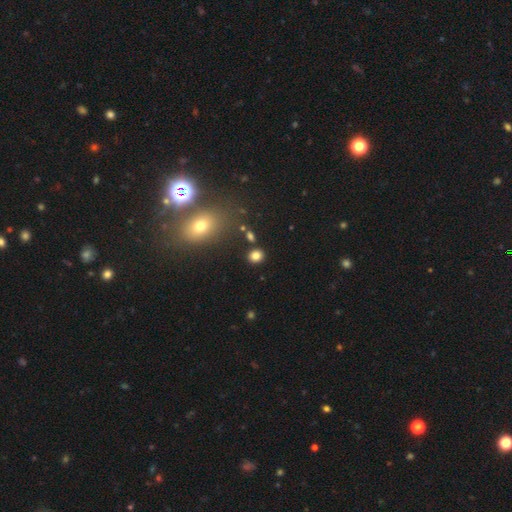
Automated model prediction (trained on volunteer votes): smooth 82%, star or artifact 12%, featured or disk 5%. Down the decision tree: how rounded — round (71%); merging — none (84%).